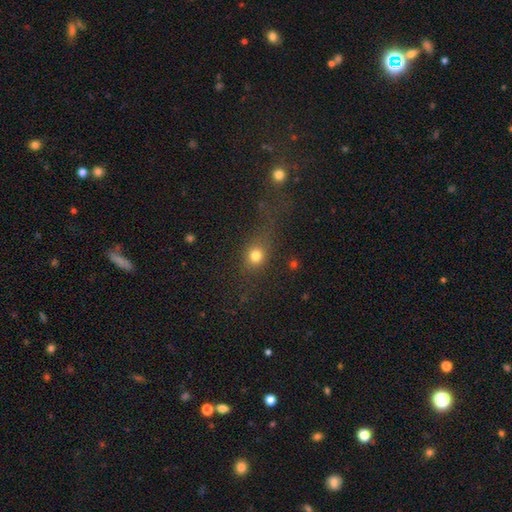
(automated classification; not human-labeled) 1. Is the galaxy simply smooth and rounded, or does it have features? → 73% smooth, 17% star or artifact, 10% featured or disk.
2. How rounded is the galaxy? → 70% round, 25% in between, 5% cigar-shaped.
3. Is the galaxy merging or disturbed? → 51% none, 22% major disturbance, 15% minor disturbance, 11% merger.